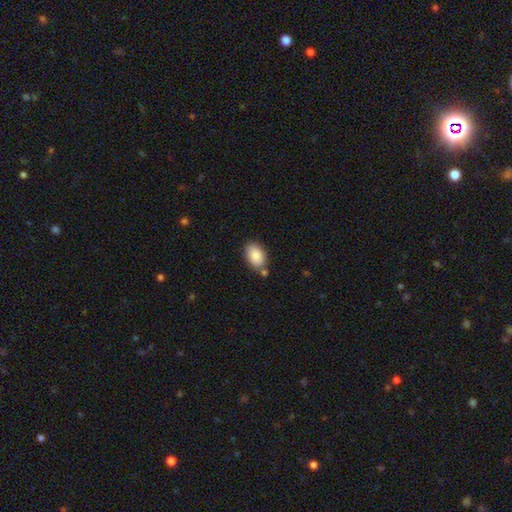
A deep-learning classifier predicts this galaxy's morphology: type=smooth (86%); roundness=in between (89%); merging=none (72%).